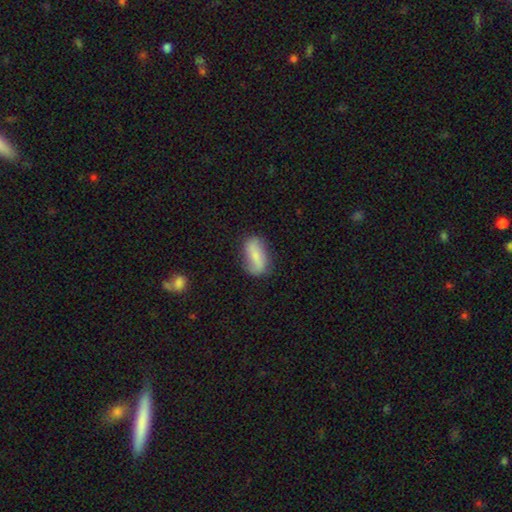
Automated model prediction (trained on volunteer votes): This appears to be a smooth galaxy with no disk features (59%) that is in between round and cigar-shaped (85%). Merging: none (69%).